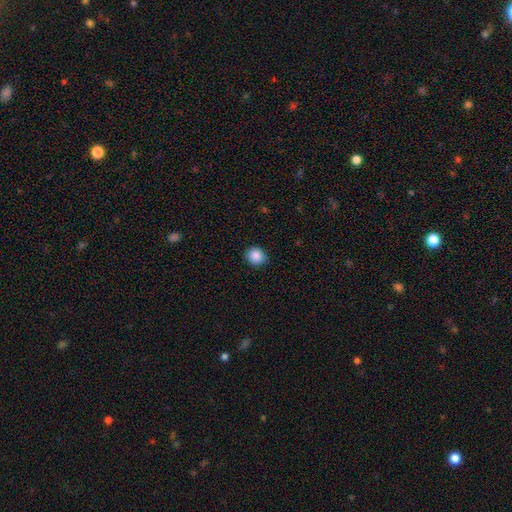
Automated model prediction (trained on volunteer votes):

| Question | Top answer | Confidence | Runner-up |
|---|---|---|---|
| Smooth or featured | smooth | 87% | star or artifact (9%) |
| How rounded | round | 87% | in between (12%) |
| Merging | none | 87% | minor disturbance (10%) |